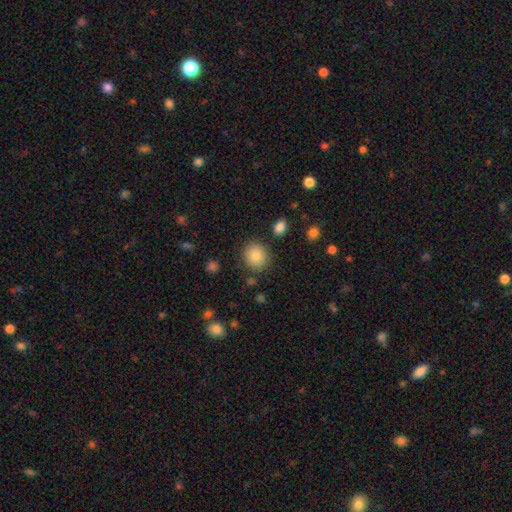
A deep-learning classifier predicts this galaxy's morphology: smooth 86%, star or artifact 9%, featured or disk 5%. Down the decision tree: how rounded — round (81%); merging — none (85%).